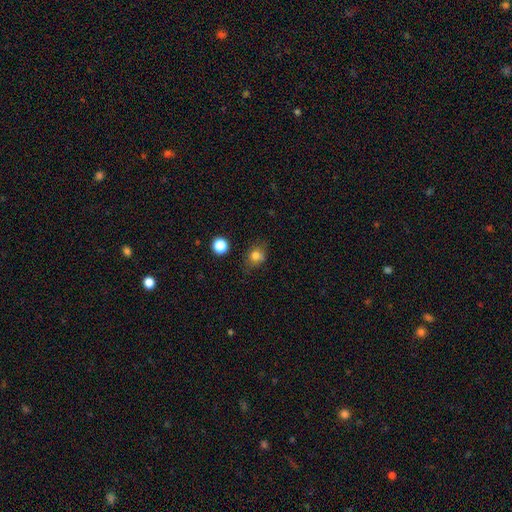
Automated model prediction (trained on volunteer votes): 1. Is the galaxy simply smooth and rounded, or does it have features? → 78% smooth, 13% star or artifact, 9% featured or disk.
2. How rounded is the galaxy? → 60% round, 38% in between, 1% cigar-shaped.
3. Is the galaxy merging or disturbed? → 67% none, 23% minor disturbance, 7% major disturbance, 3% merger.